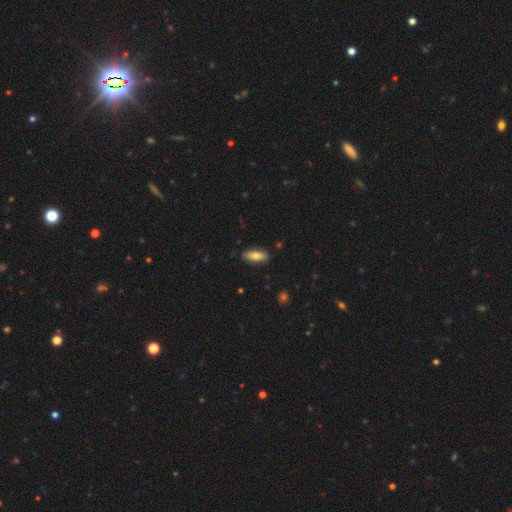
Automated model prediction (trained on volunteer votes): Overall: smooth (73%). How rounded: in between (69%). Merging: none (88%).